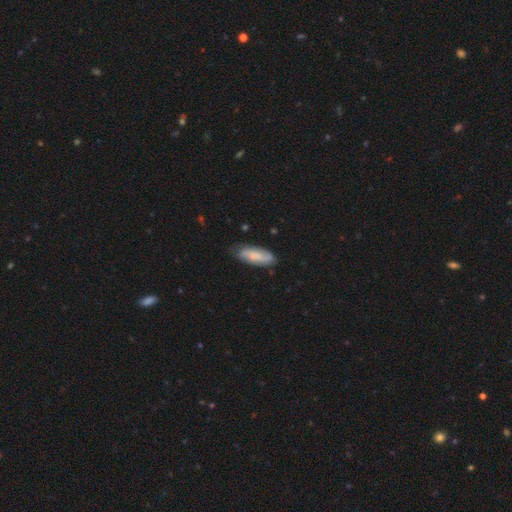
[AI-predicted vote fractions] Overall: smooth (61%; featured or disk 33%). How rounded: in between (66%; cigar-shaped 32%). Merging: none (74%).